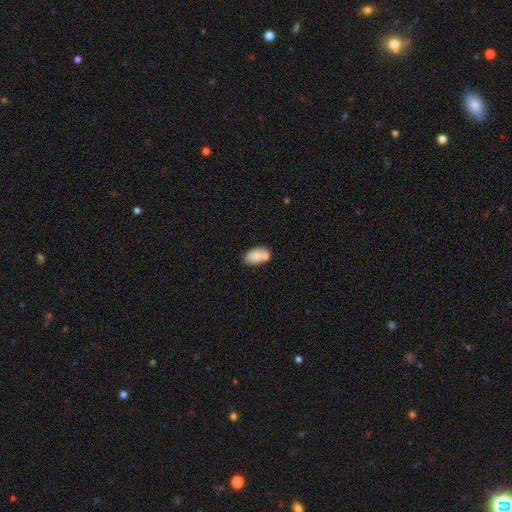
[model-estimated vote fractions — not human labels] This appears to be a smooth galaxy with no disk features (80%) that is in between round and cigar-shaped (91%). Merging: none (50%).